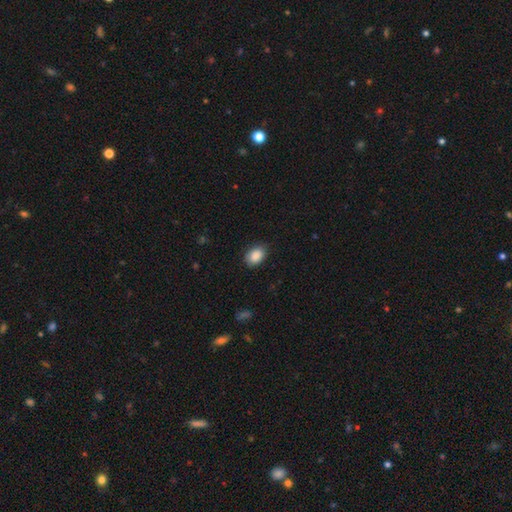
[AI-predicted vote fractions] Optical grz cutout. It shows a smooth galaxy with no disk features (89%) that is in between round and cigar-shaped (81%). Merging: none (81%).